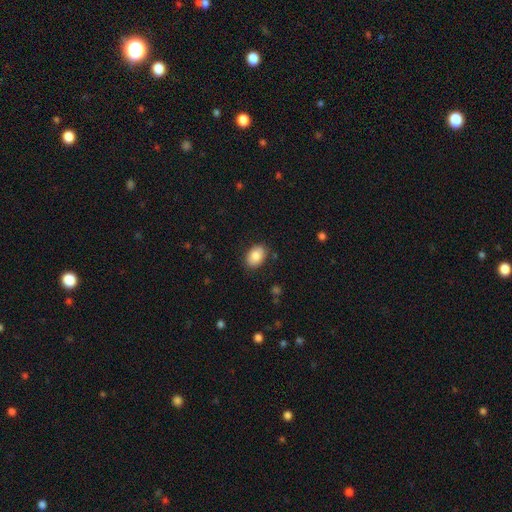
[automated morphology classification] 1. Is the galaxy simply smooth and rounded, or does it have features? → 85% smooth, 8% featured or disk, 7% star or artifact.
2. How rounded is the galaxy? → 82% in between, 17% round, 1% cigar-shaped.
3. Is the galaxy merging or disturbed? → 86% none, 10% minor disturbance, 3% major disturbance, 1% merger.